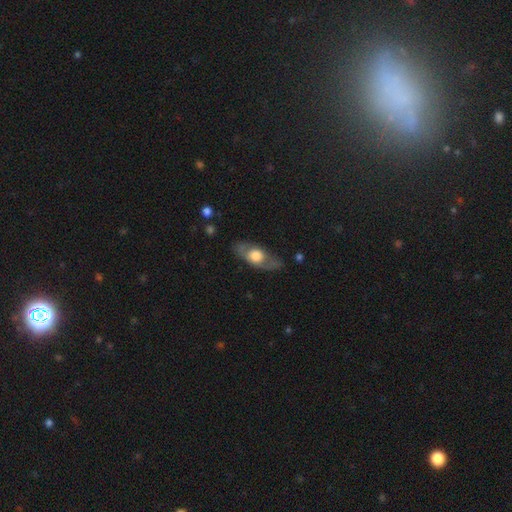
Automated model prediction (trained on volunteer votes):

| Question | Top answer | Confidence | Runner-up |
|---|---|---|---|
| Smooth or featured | featured or disk | 53% | smooth (42%) |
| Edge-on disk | no | 53% | yes (47%) |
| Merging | none | 75% | minor disturbance (17%) |